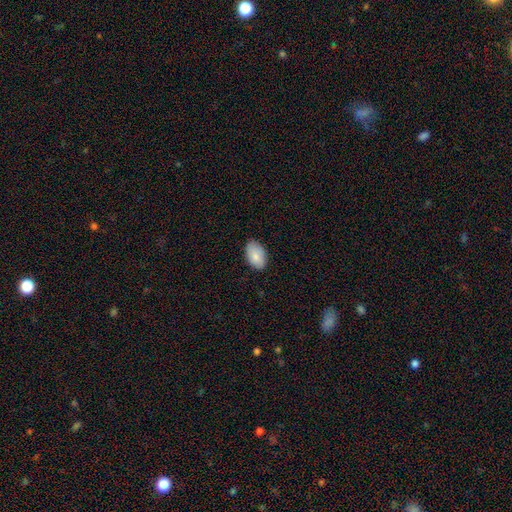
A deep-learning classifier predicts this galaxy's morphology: Q: Smooth or featured?
A: smooth (84%); runner-up: featured or disk (10%)
Q: How rounded?
A: in between (93%); runner-up: round (6%)
Q: Merging?
A: none (83%); runner-up: minor disturbance (14%)